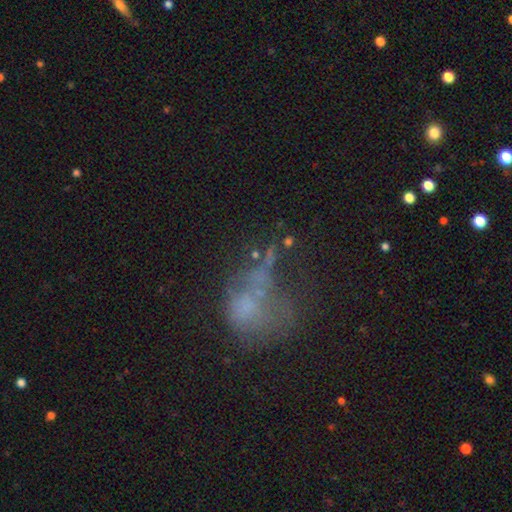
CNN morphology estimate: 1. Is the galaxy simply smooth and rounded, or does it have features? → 36% smooth, 33% featured or disk, 32% star or artifact.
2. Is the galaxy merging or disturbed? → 33% none, 30% major disturbance, 23% merger, 14% minor disturbance.